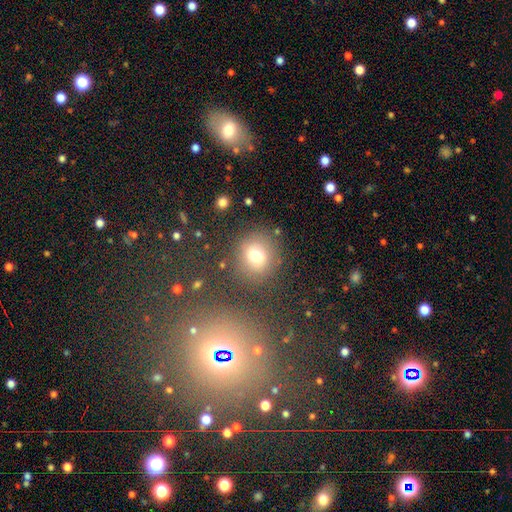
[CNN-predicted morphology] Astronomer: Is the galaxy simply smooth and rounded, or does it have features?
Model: smooth — 74%.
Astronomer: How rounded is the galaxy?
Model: round — 77%.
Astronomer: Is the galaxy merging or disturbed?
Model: none — 78%.